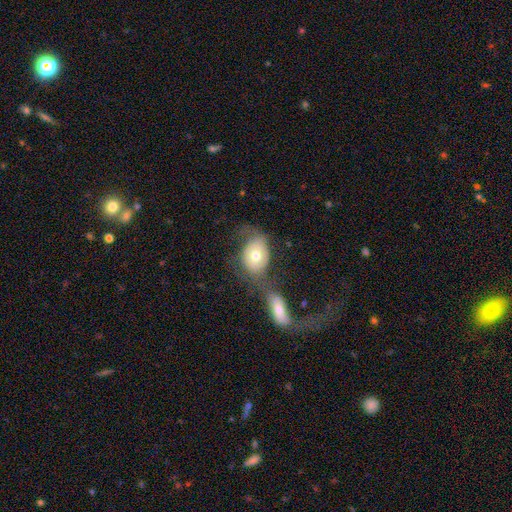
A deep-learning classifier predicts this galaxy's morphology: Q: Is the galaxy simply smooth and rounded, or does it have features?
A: smooth — 57%.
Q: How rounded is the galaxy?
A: in between — 63%.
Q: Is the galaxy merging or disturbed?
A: merger — 44%.